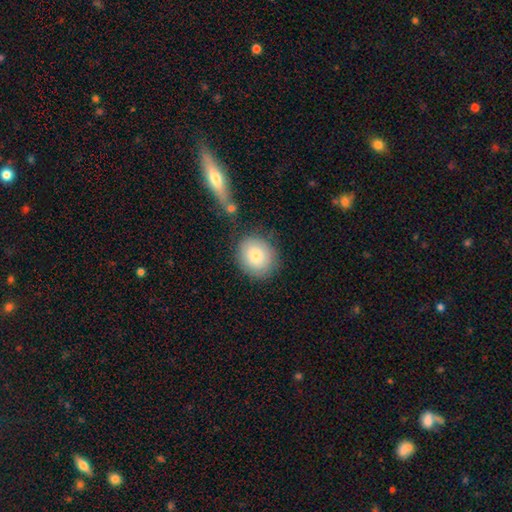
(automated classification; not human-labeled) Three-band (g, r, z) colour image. It shows a smooth galaxy with no disk features (80%) that is round (75%). Merging: none (77%).